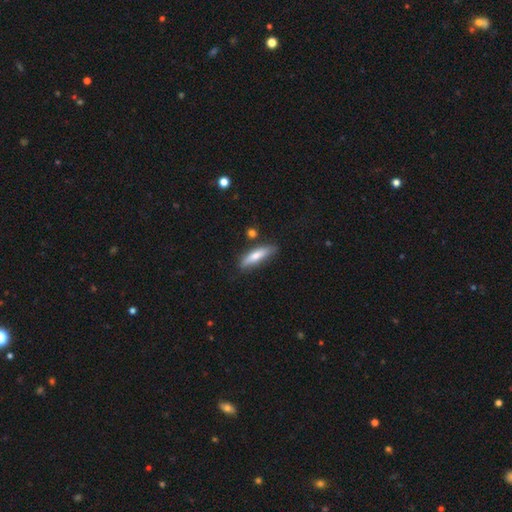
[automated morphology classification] smooth-or-featured: smooth: 69% | featured or disk: 25% | star or artifact: 6%
  how-rounded: cigar-shaped: 71% | in between: 27% | round: 2%
  merging: none: 76% | minor disturbance: 17% | merger: 5% | major disturbance: 3%